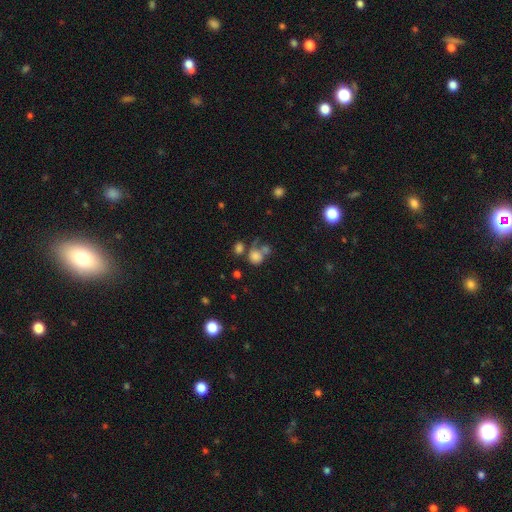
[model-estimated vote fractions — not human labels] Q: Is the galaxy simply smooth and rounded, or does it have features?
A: smooth — 77%.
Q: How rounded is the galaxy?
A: round — 80%.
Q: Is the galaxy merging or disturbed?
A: none — 44%.